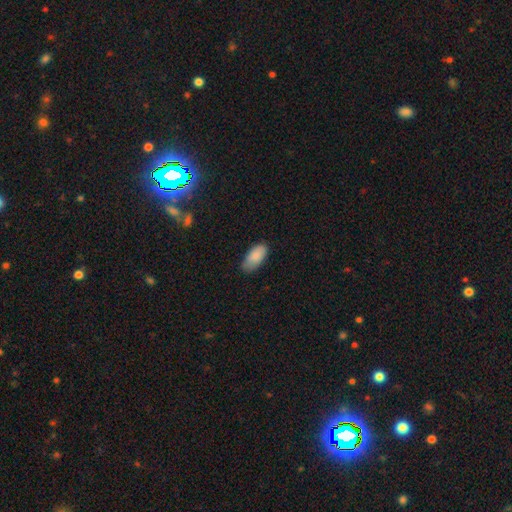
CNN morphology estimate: This is clearly a smooth galaxy (86%). How rounded: clearly in between (92%). Merging: likely none (75%).